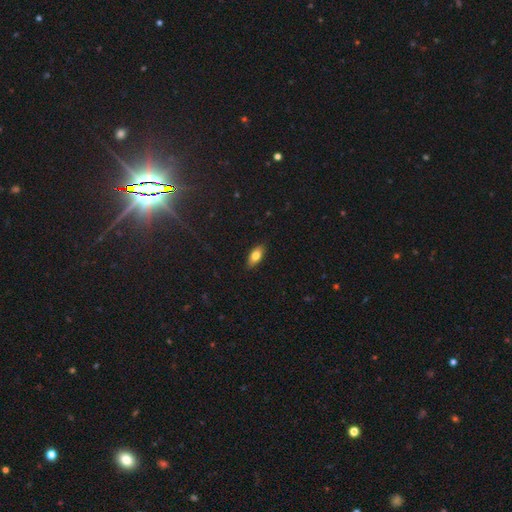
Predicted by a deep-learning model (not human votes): A smooth galaxy with no disk features (77%) that is in between round and cigar-shaped (86%).

Vote fractions:
- Smooth or featured? smooth: 77% / featured or disk: 16% / star or artifact: 7%
- How rounded? in between: 86% / cigar-shaped: 11% / round: 3%
- Merging? none: 87% / minor disturbance: 10% / major disturbance: 2% / merger: 1%